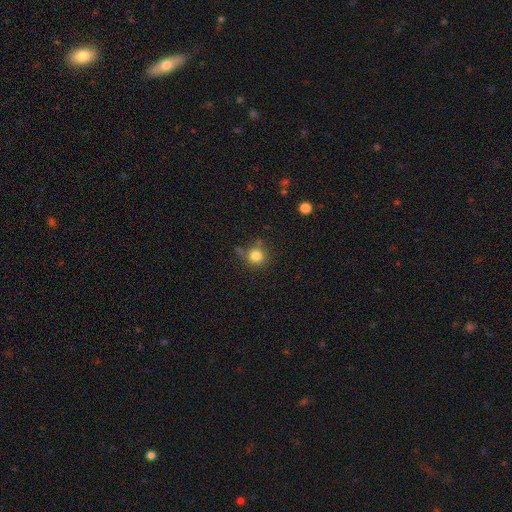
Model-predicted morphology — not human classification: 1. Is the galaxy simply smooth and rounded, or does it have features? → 82% smooth, 12% star or artifact, 6% featured or disk.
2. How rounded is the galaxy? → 89% round, 10% in between, 1% cigar-shaped.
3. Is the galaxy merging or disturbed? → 72% none, 16% minor disturbance, 7% merger, 5% major disturbance.